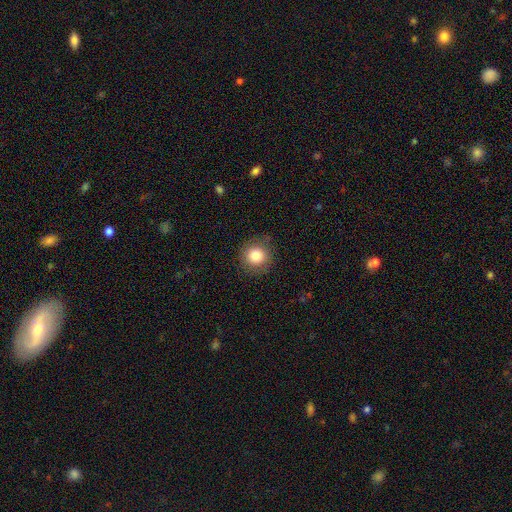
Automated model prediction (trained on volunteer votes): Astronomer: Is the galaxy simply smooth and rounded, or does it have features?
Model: smooth — 81%.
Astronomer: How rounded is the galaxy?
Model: round — 92%.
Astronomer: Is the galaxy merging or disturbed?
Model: none — 86%.